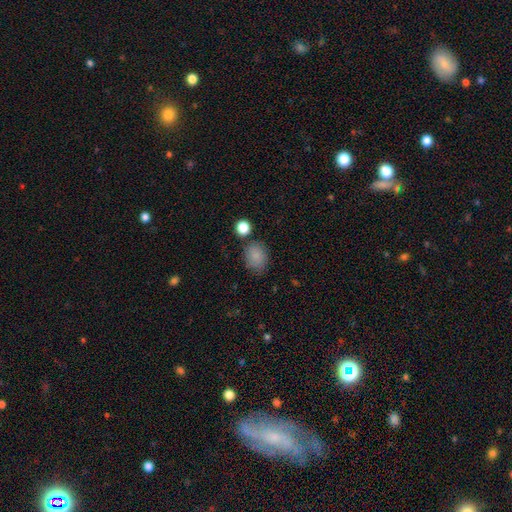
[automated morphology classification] Q: Smooth or featured?
A: smooth (85%); runner-up: star or artifact (10%)
Q: How rounded?
A: in between (52%); runner-up: round (47%)
Q: Merging?
A: none (72%); runner-up: minor disturbance (18%)